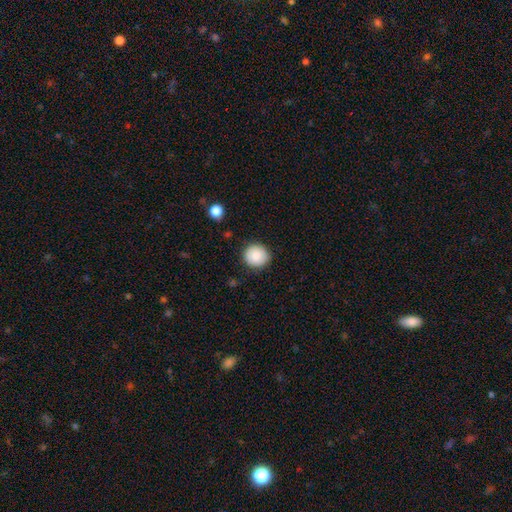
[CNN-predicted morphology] A smooth galaxy with no disk features (84%) that is round (88%).

Vote fractions:
- Smooth or featured? smooth: 84% / star or artifact: 8% / featured or disk: 8%
- How rounded? round: 88% / in between: 11% / cigar-shaped: 1%
- Merging? none: 86% / minor disturbance: 10% / major disturbance: 2% / merger: 1%